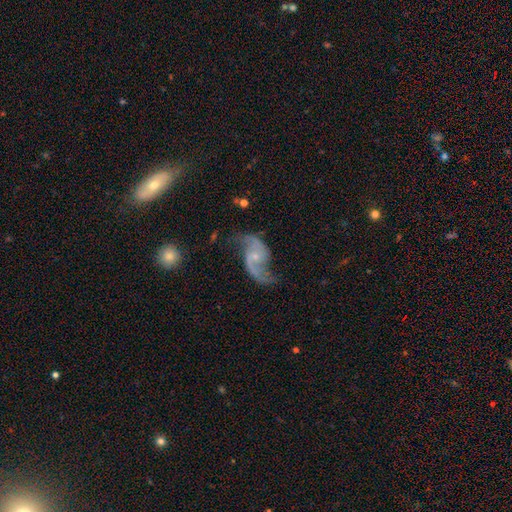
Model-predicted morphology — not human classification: Smooth or featured? Predicted: featured or disk (p=0.90). Edge-on disk? Predicted: no (p=0.97). Bar? Predicted: no (p=0.61). Spiral arms? Predicted: yes (p=0.97). Spiral winding? Predicted: loose (p=0.68). Spiral arm count? Predicted: 2 (p=0.93). Bulge size? Predicted: small (p=0.69). Merging? Predicted: none (p=0.68).